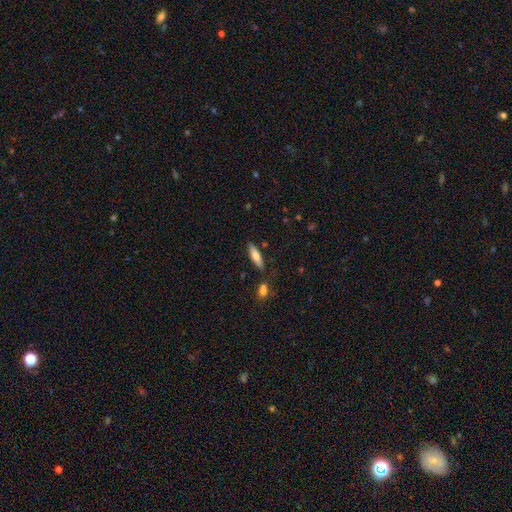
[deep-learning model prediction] smooth 68%, featured or disk 26%, star or artifact 6%. Down the decision tree: how rounded — cigar-shaped (64%); merging — none (82%).